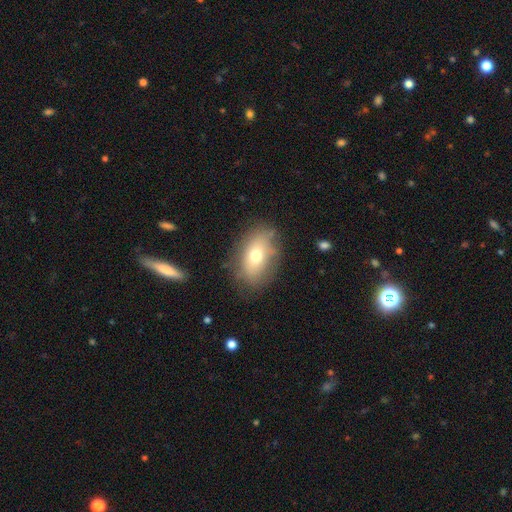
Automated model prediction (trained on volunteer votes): A smooth galaxy with no disk features (68%) that is in between round and cigar-shaped (85%). Merging: none (72%).